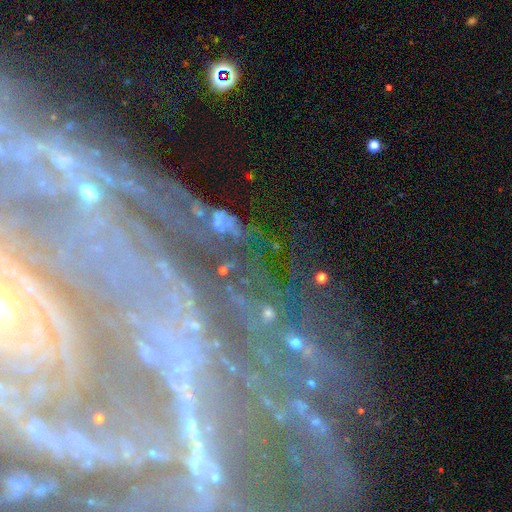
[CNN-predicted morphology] Smooth or featured? featured or disk (69%)
Edge-on disk? no (90%)
Bar? strong (43%)
Spiral arms? yes (92%)
Spiral winding? tight (74%)
Spiral arm count? can't tell (27%)
Bulge size? small (54%)
Merging? none (73%)